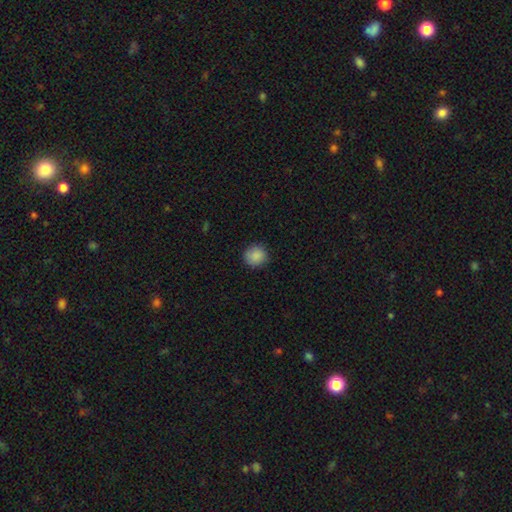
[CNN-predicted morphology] A smooth galaxy with no disk features (88%) that is round (88%). Merging: none (88%).